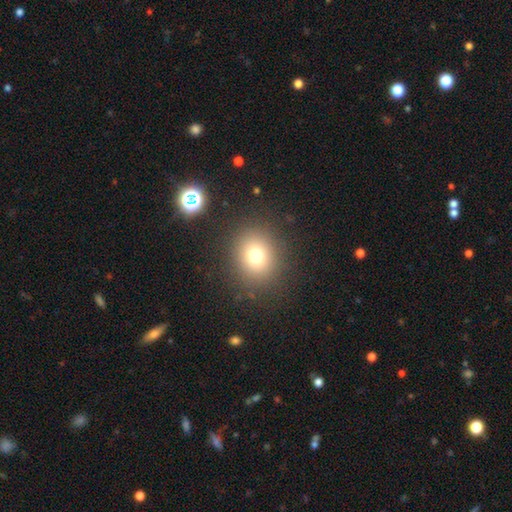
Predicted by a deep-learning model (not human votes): Smooth or featured? smooth (74%)
How rounded? round (74%)
Merging? none (87%)